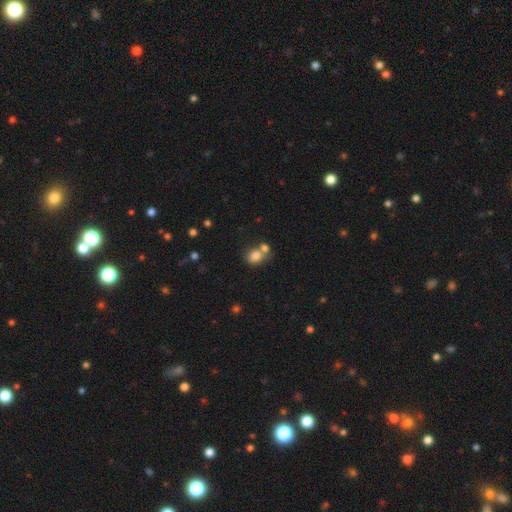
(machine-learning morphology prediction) Smooth or featured?
  - smooth: 80% *
  - star or artifact: 11%
  - featured or disk: 9%
How rounded?
  - round: 60% *
  - in between: 39%
  - cigar-shaped: 1%
Merging?
  - merger: 43% *
  - none: 41%
  - minor disturbance: 11%
  - major disturbance: 5%